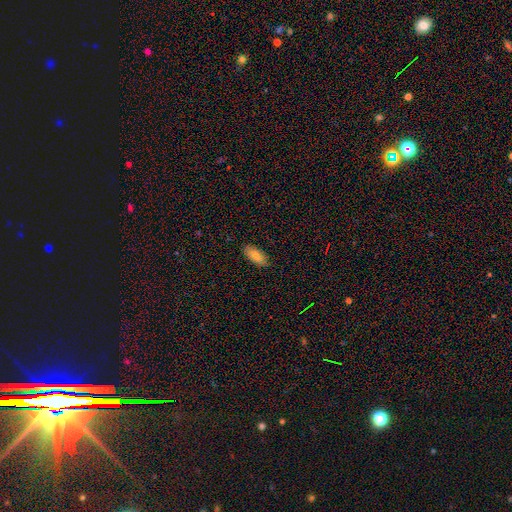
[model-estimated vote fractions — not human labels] Smooth or featured? smooth (83%)
How rounded? in between (85%)
Merging? none (88%)